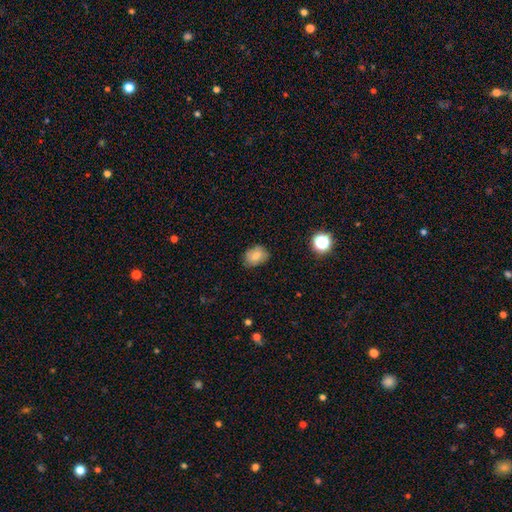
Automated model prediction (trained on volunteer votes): Smooth or featured? Predicted: smooth (p=0.77). How rounded? Predicted: in between (p=0.63). Merging? Predicted: none (p=0.76).